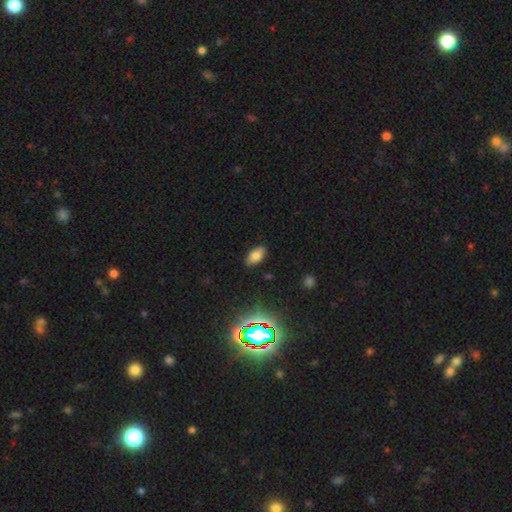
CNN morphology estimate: smooth-or-featured: smooth: 75% | star or artifact: 16% | featured or disk: 9%
  how-rounded: in between: 92% | round: 4% | cigar-shaped: 3%
  merging: none: 87% | minor disturbance: 9% | major disturbance: 2% | merger: 1%